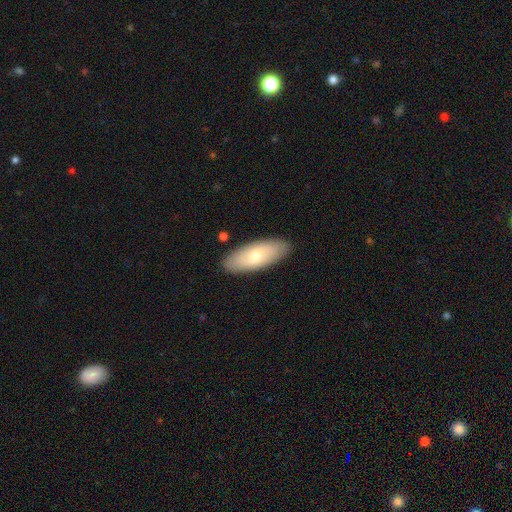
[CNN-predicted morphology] This appears to be a smooth galaxy with no disk features (69%) that is in between round and cigar-shaped (78%). Merging: none (88%).